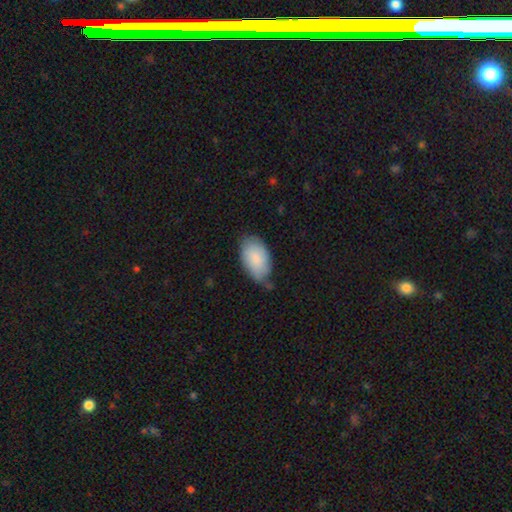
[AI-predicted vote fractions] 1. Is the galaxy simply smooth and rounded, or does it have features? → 84% smooth, 10% featured or disk, 6% star or artifact.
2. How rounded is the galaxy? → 94% in between, 4% round, 1% cigar-shaped.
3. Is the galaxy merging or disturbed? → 61% none, 31% minor disturbance, 5% major disturbance, 3% merger.